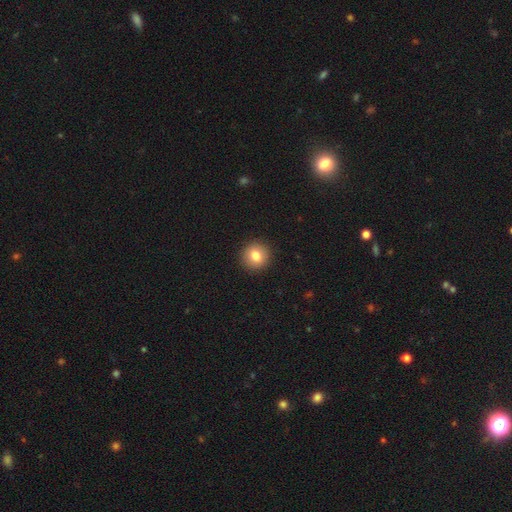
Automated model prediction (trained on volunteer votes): smooth 81%, featured or disk 10%, star or artifact 9%. Down the decision tree: how rounded — round (92%); merging — none (92%).